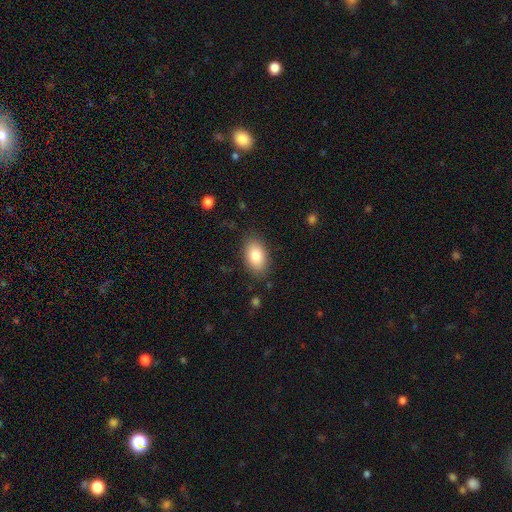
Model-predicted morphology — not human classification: This is clearly a smooth galaxy (83%). How rounded: clearly in between (91%). Merging: clearly none (85%).